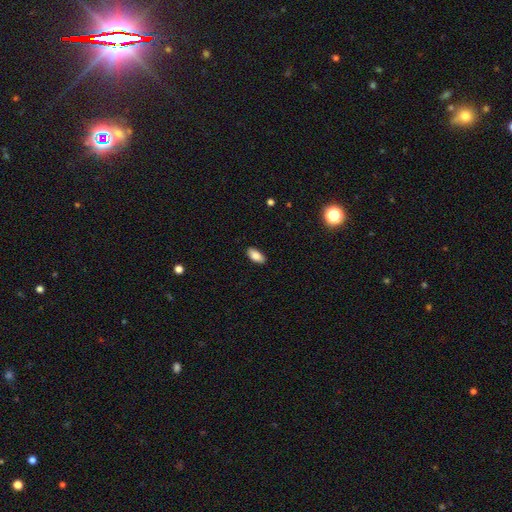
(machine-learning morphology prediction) A smooth galaxy with no disk features (86%) that is in between round and cigar-shaped (91%). Merging: none (89%).